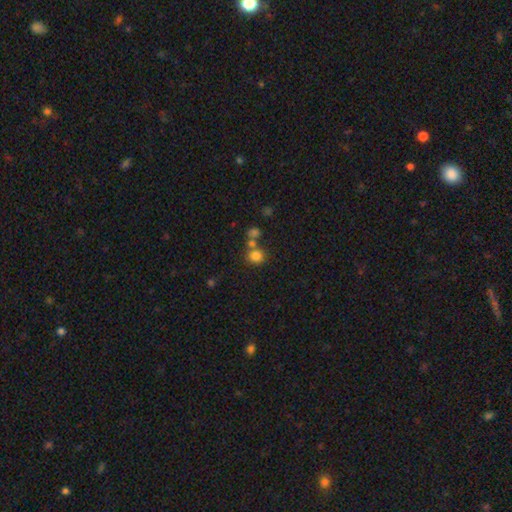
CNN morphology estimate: Smooth or featured? Predicted: smooth (p=0.79). How rounded? Predicted: round (p=0.87). Merging? Predicted: none (p=0.62).